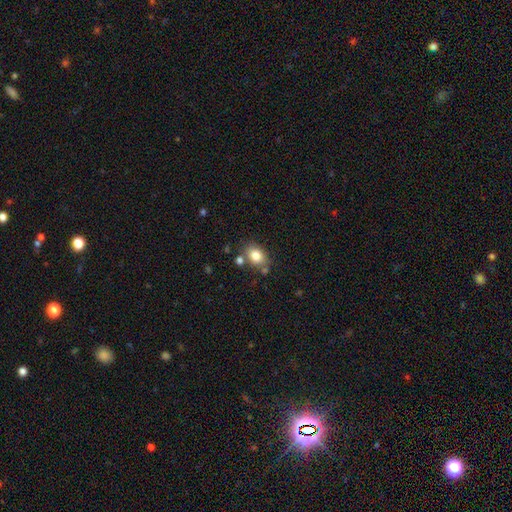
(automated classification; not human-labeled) The model was most divided on "how rounded": in between: 69%, round: 30%, cigar-shaped: 1%. More confident: smooth or featured — smooth (81%); merging — none (70%).